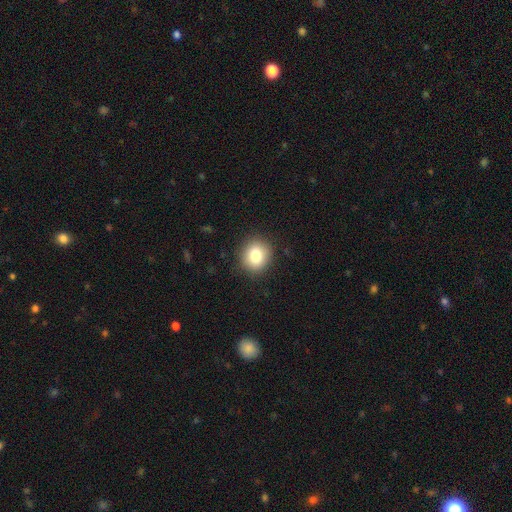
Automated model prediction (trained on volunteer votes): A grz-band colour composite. It shows a smooth galaxy with no disk features (82%) that is round (82%). Merging: none (90%).